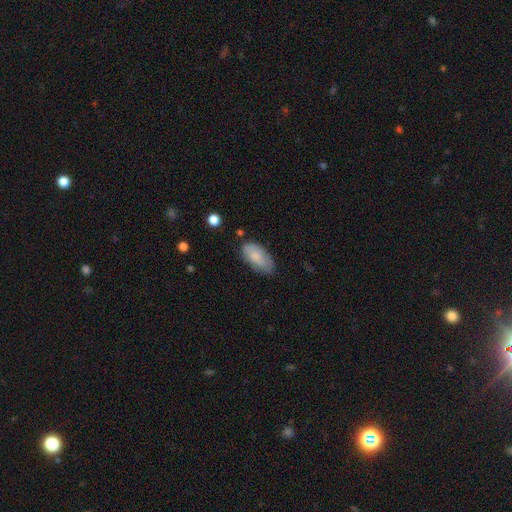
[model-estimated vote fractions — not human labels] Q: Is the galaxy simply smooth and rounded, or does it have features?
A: smooth — 80%.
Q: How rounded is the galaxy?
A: in between — 93%.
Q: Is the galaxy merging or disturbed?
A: none — 71%.